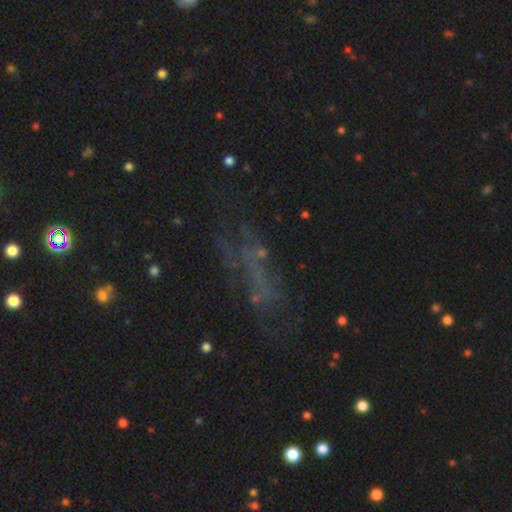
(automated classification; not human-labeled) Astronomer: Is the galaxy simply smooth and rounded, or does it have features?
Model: featured or disk — 43% (runner-up: star or artifact, 30%).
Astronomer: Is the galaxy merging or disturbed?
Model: none — 48% (runner-up: major disturbance, 29%).